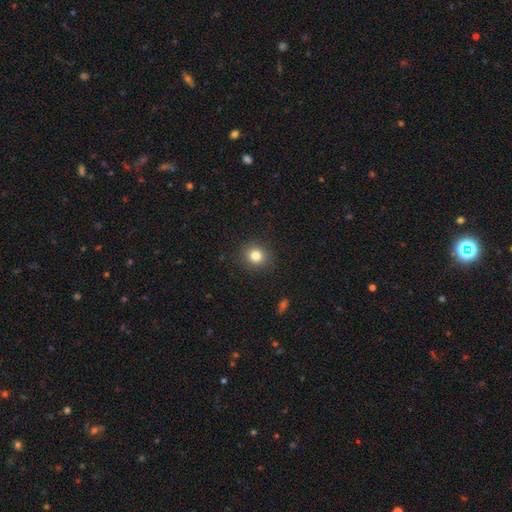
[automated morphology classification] Smooth or featured? smooth (82%)
How rounded? round (83%)
Merging? none (90%)